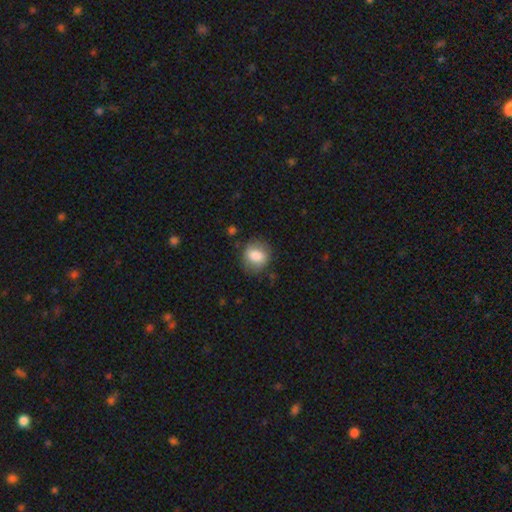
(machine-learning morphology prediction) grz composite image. It shows a smooth galaxy with no disk features (81%) that is round (68%). Merging: none (79%).